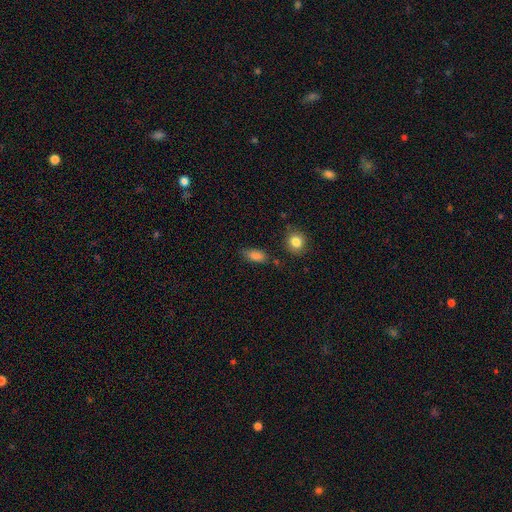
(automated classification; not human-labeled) A smooth galaxy with no disk features (84%) that is in between round and cigar-shaped (87%). Merging: none (74%).